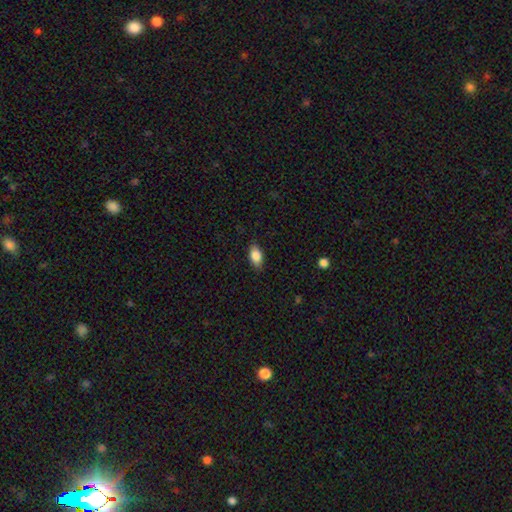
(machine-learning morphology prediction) A smooth galaxy with no disk features (83%) that is in between round and cigar-shaped (89%). Merging: none (84%).